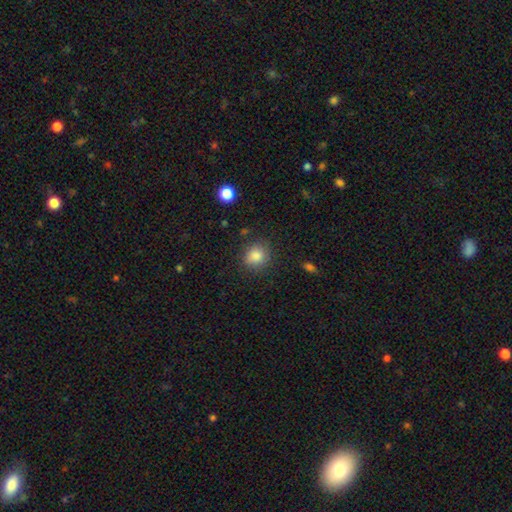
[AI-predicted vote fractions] Smooth or featured? smooth (85%)
How rounded? round (79%)
Merging? none (82%)